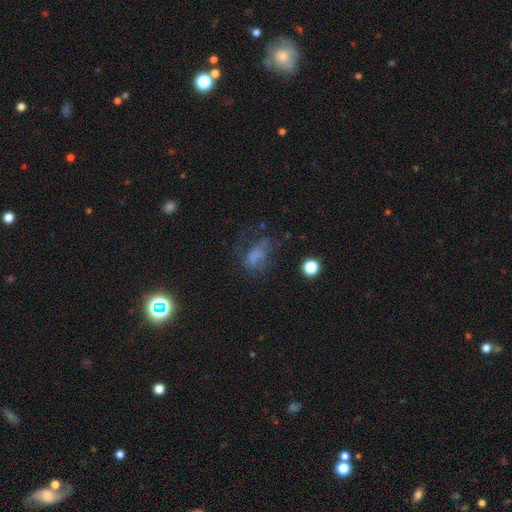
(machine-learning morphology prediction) Smooth or featured? smooth (48%)
Merging? major disturbance (40%)